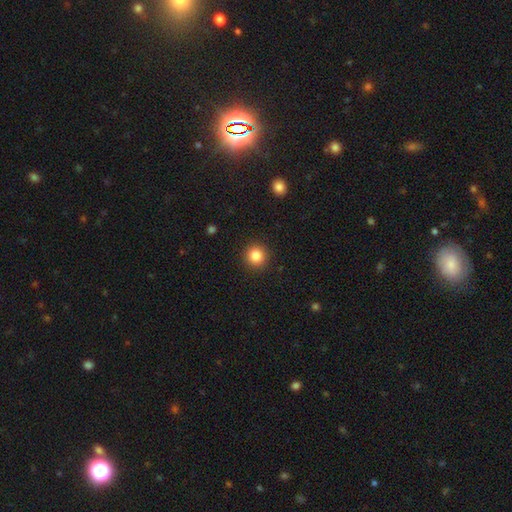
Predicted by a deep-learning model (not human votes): A smooth galaxy with no disk features (85%) that is round (94%). Merging: none (91%).